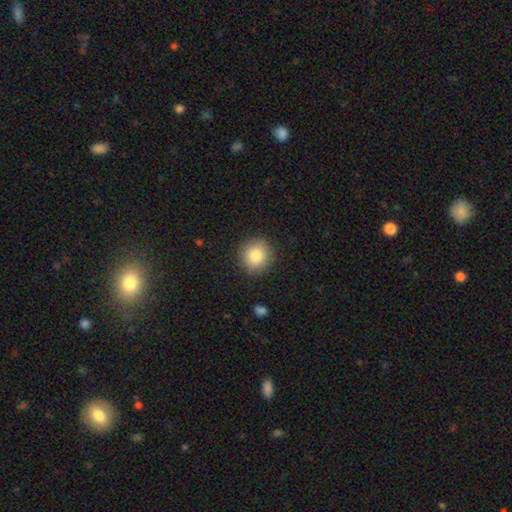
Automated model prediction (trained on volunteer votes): Morphology: type=smooth (83%); roundness=round (93%); merging=none (91%).